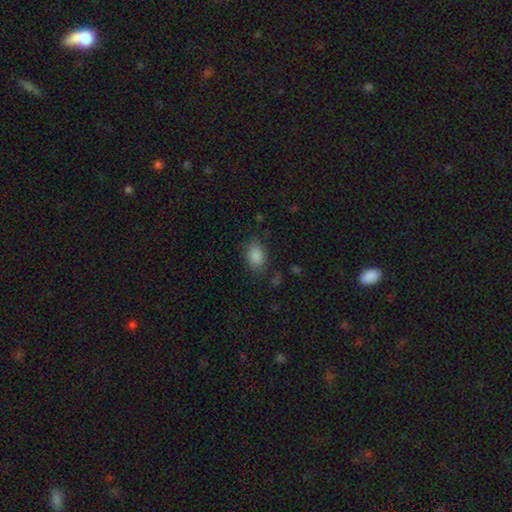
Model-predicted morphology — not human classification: smooth_or_featured: smooth (p=0.86) [alt: star or artifact p=0.10]
how_rounded: in between (p=0.82) [alt: round p=0.16]
merging: none (p=0.78) [alt: minor disturbance p=0.15]